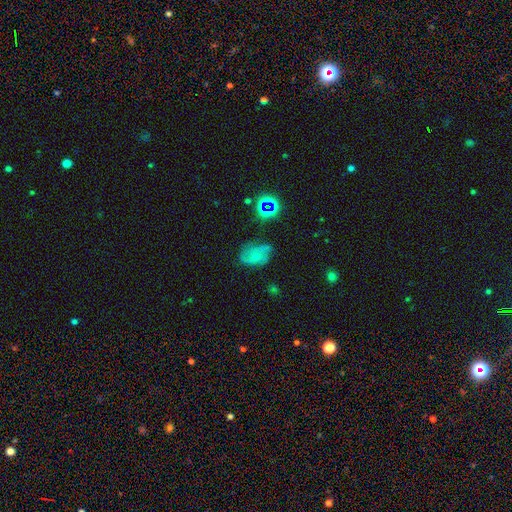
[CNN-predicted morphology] Smooth or featured: featured or disk — 45% (smooth — 40%)
Merging: none — 48% (minor disturbance — 31%)